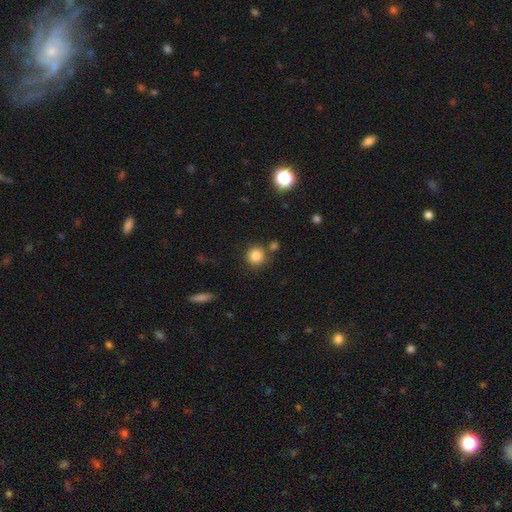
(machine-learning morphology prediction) Smooth or featured? Predicted: smooth (p=0.84). How rounded? Predicted: round (p=0.92). Merging? Predicted: none (p=0.77).